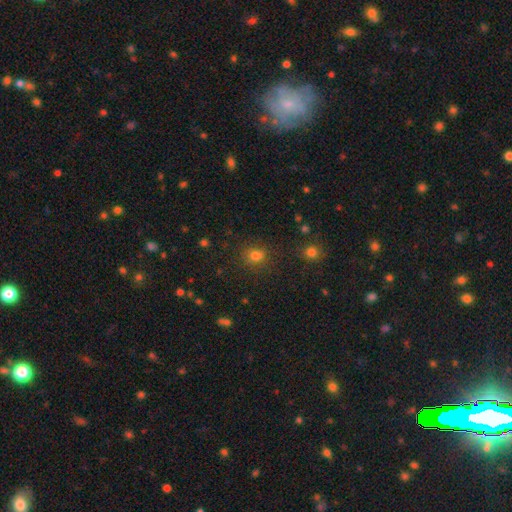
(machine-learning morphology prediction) Q: Smooth or featured?
A: smooth (76%); runner-up: star or artifact (17%)
Q: How rounded?
A: round (57%); runner-up: in between (41%)
Q: Merging?
A: none (73%); runner-up: minor disturbance (14%)